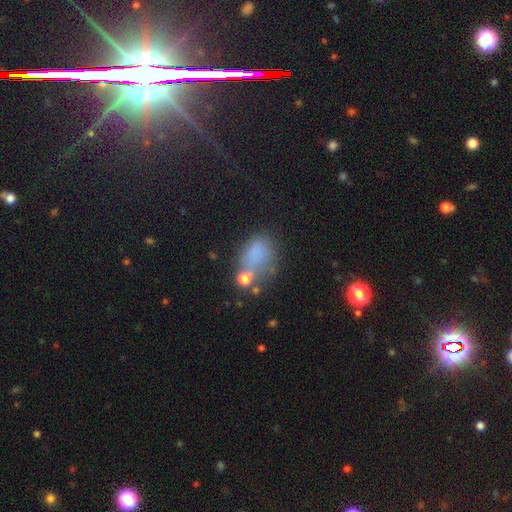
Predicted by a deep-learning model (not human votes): Smooth or featured? smooth (67%)
How rounded? in between (74%)
Merging? none (39%)